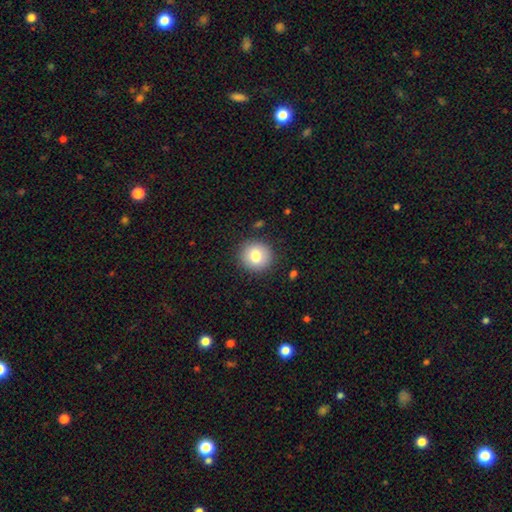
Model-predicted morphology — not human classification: A smooth galaxy with no disk features (81%) that is round (90%). Merging: none (89%).